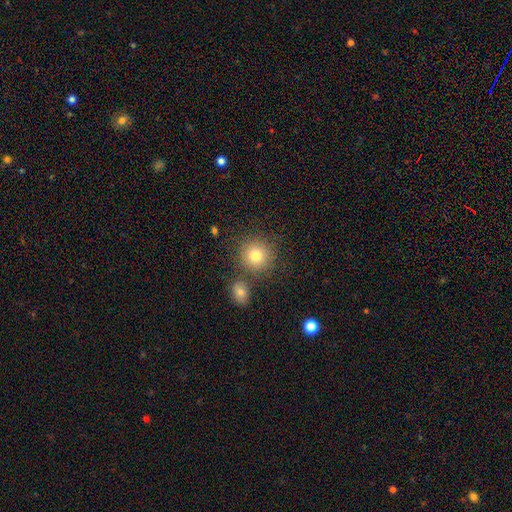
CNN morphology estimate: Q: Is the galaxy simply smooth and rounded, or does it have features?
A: smooth — 80%.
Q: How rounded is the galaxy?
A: round — 91%.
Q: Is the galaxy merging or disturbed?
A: none — 77%.